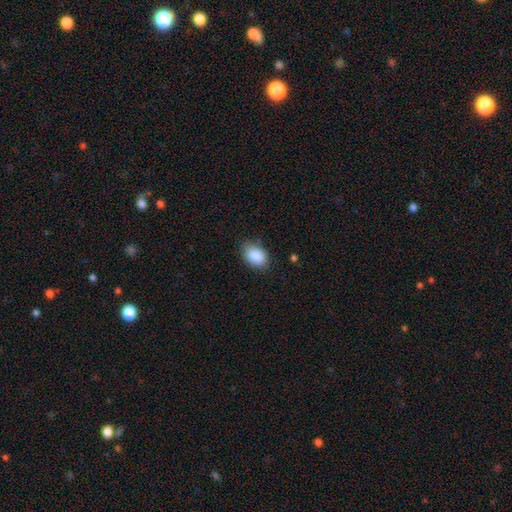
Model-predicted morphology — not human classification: This appears to be a smooth galaxy with no disk features (89%) that is in between round and cigar-shaped (84%). Merging: none (80%).